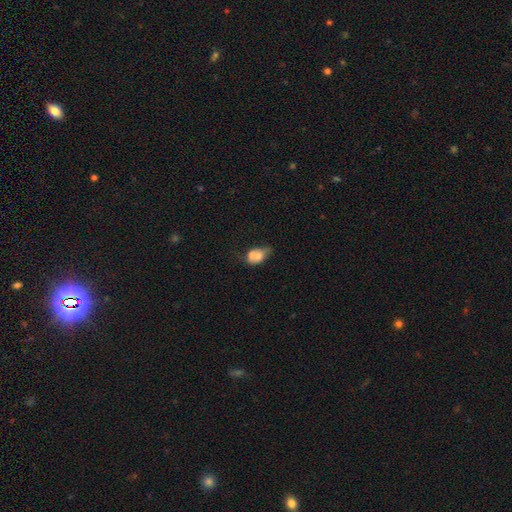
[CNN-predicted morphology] smooth 66%, featured or disk 25%, star or artifact 9%. Down the decision tree: how rounded — in between (74%); merging — merger (47%).